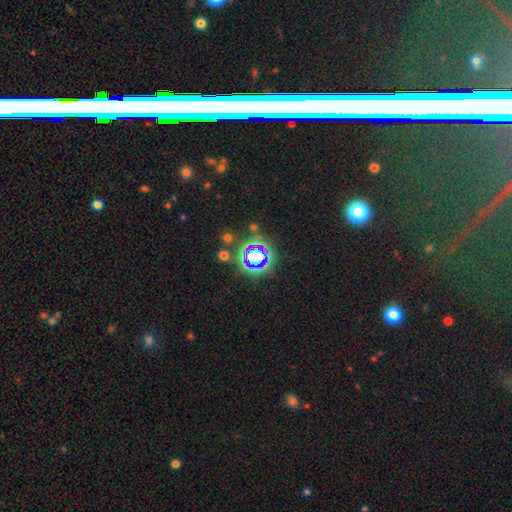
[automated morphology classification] smooth_or_featured: star or artifact (p=0.64) [alt: smooth p=0.24]